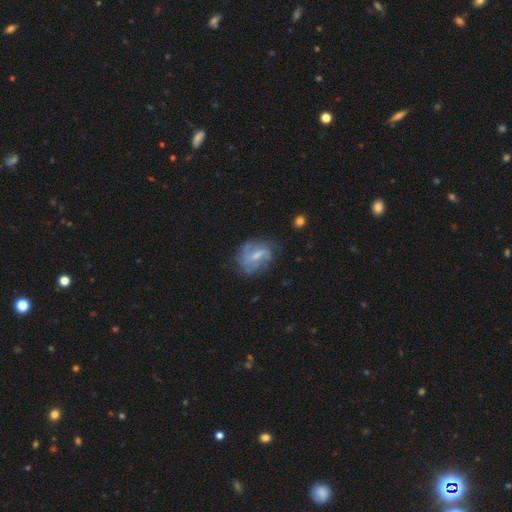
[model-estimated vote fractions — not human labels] Smooth or featured? Predicted: featured or disk (p=0.67). Edge-on disk? Predicted: no (p=0.97). Bar? Predicted: weak (p=0.55). Spiral arms? Predicted: yes (p=0.80). Spiral winding? Predicted: medium (p=0.41). Spiral arm count? Predicted: 2 (p=0.38). Bulge size? Predicted: small (p=0.43). Merging? Predicted: none (p=0.59).